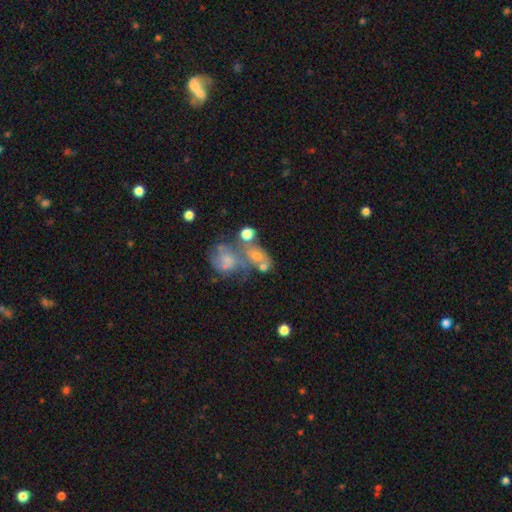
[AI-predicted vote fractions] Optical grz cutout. It shows a featured or disk galaxy (43%). Merging: merger (42%).